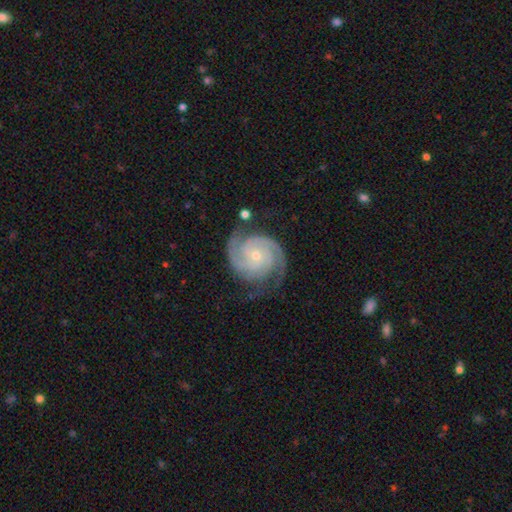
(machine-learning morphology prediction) type=featured or disk (92%); edge-on=no (98%); bar=no (73%); spiral arms=yes (99%); winding=tight (68%); arm count=2 (57%); bulge=small (69%); merging=none (76%).